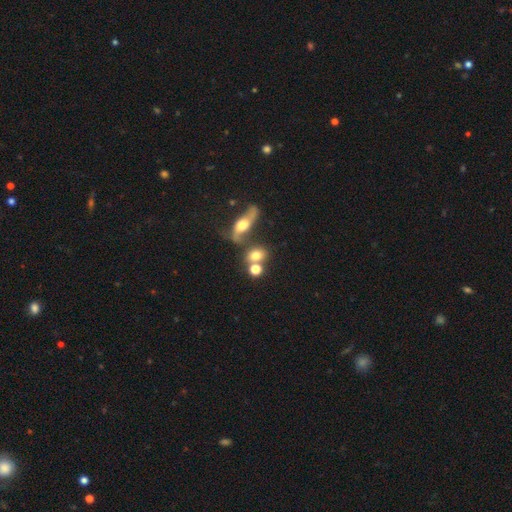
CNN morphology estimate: Smooth or featured: smooth — 68% (featured or disk — 19%)
How rounded: round — 54% (in between — 42%)
Merging: none — 43% (merger — 38%)